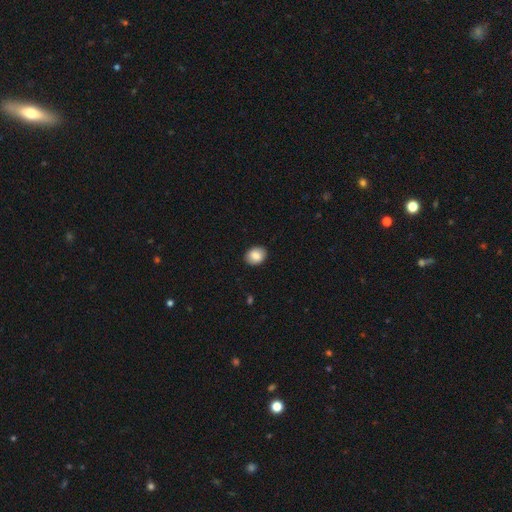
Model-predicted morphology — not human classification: The model was most divided on "how rounded": in between: 57%, round: 42%, cigar-shaped: 1%. More confident: merging — none (90%); smooth or featured — smooth (86%).